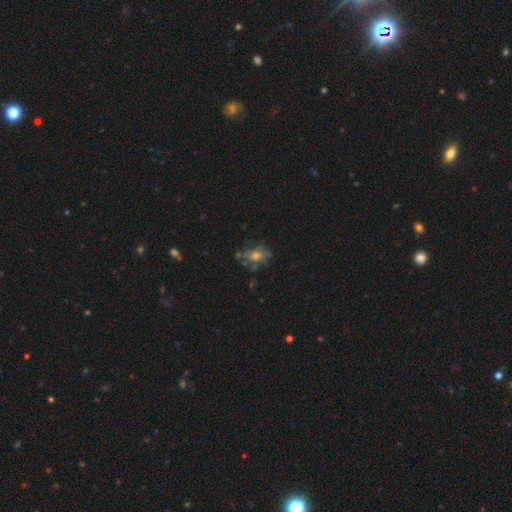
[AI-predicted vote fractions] Smooth or featured? Predicted: featured or disk (p=0.43). Merging? Predicted: none (p=0.56).